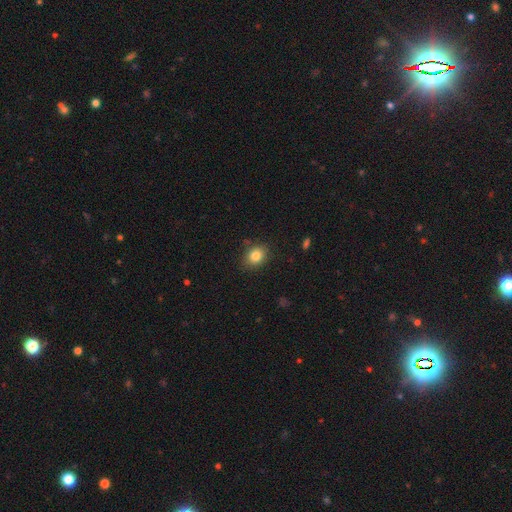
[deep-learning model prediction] Q: Smooth or featured?
A: smooth (83%); runner-up: star or artifact (10%)
Q: How rounded?
A: in between (52%); runner-up: round (47%)
Q: Merging?
A: none (84%); runner-up: minor disturbance (12%)